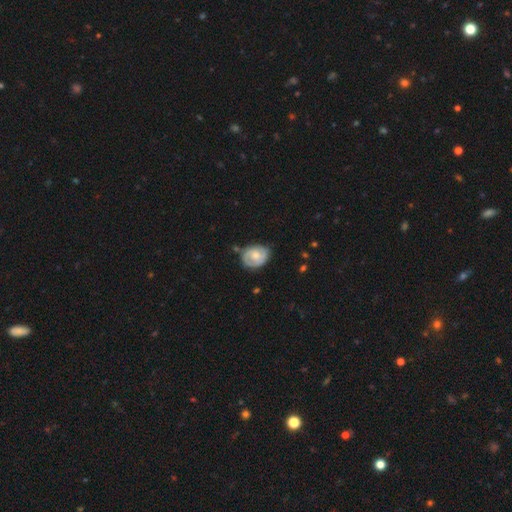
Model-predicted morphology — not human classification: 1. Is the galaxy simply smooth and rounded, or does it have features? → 57% featured or disk, 37% smooth, 6% star or artifact.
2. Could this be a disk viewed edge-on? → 97% no, 3% yes.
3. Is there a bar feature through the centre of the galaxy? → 67% no, 28% weak, 4% strong.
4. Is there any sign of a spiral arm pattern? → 76% yes, 24% no.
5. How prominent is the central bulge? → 56% moderate, 31% small, 6% large, 5% none, 1% dominant.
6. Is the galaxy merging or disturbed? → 60% none, 29% minor disturbance, 8% major disturbance, 3% merger.